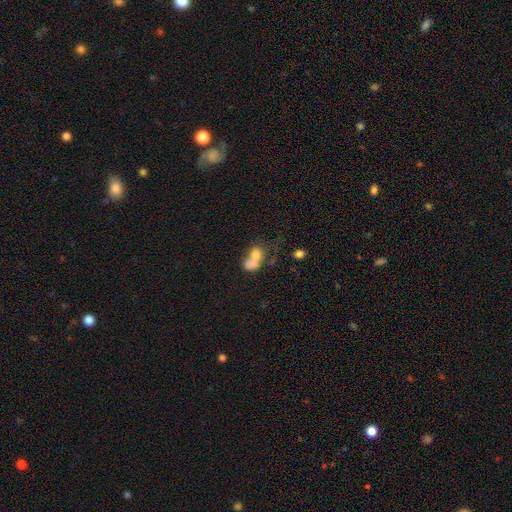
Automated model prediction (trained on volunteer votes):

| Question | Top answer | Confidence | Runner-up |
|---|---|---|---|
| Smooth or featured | smooth | 68% | featured or disk (21%) |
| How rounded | in between | 56% | round (43%) |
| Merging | merger | 71% | none (16%) |